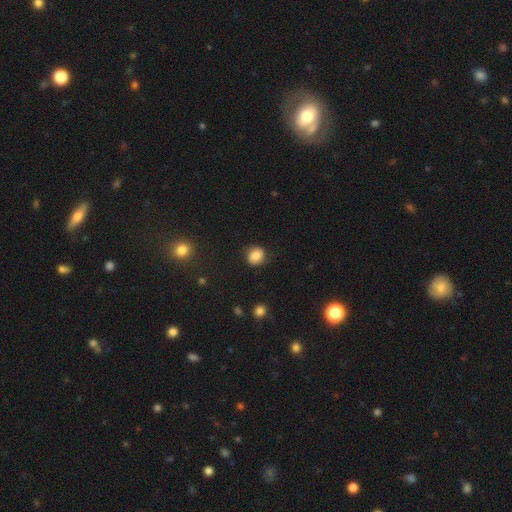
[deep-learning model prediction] Overall: smooth (80%). How rounded: round (69%; in between 30%). Merging: none (72%).